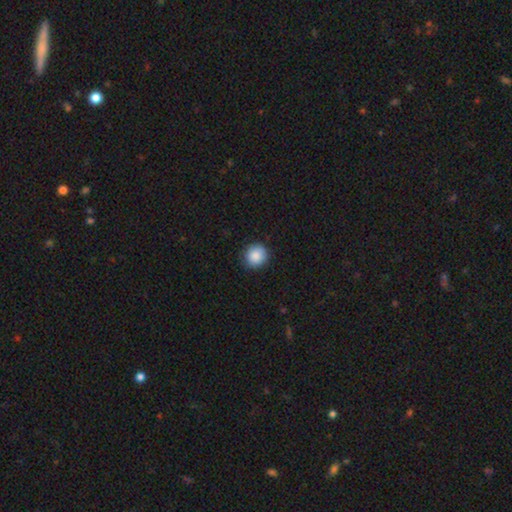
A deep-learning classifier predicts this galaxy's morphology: Smooth or featured? Predicted: smooth (p=0.88). How rounded? Predicted: round (p=0.90). Merging? Predicted: none (p=0.89).